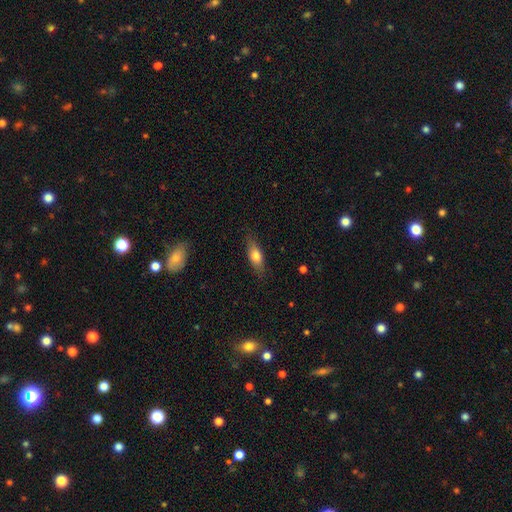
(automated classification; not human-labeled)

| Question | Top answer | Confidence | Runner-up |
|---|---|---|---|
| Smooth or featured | smooth | 70% | featured or disk (23%) |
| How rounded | in between | 64% | cigar-shaped (32%) |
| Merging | none | 82% | minor disturbance (14%) |